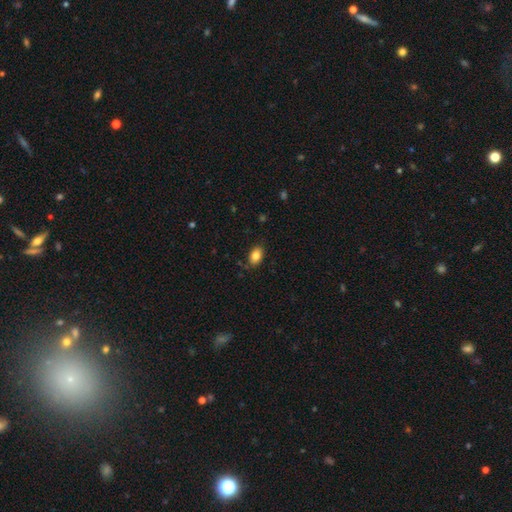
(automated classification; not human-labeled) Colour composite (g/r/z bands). It shows a smooth galaxy with no disk features (85%) that is in between round and cigar-shaped (87%). Merging: none (84%).